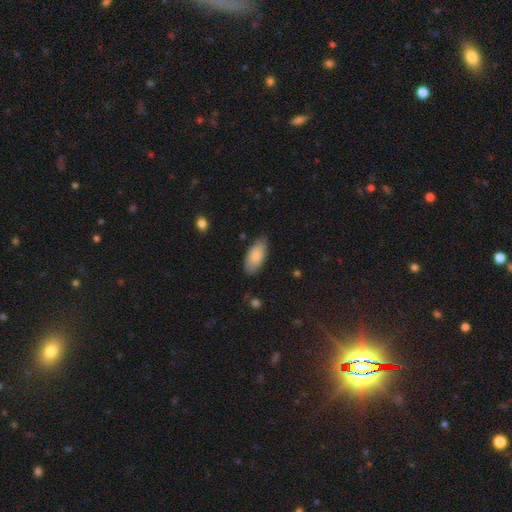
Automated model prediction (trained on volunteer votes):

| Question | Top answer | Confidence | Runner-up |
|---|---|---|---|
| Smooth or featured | smooth | 84% | featured or disk (10%) |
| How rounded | in between | 91% | cigar-shaped (8%) |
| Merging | none | 78% | minor disturbance (18%) |